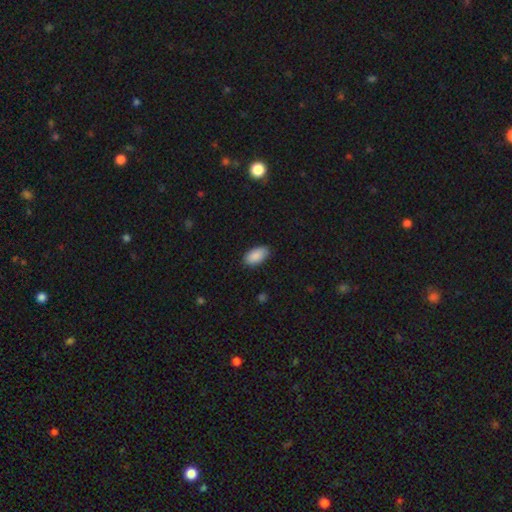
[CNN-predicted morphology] Smooth or featured?
  - smooth: 90% *
  - star or artifact: 6%
  - featured or disk: 4%
How rounded?
  - in between: 95% *
  - round: 3%
  - cigar-shaped: 2%
Merging?
  - none: 86% *
  - minor disturbance: 11%
  - major disturbance: 2%
  - merger: 1%